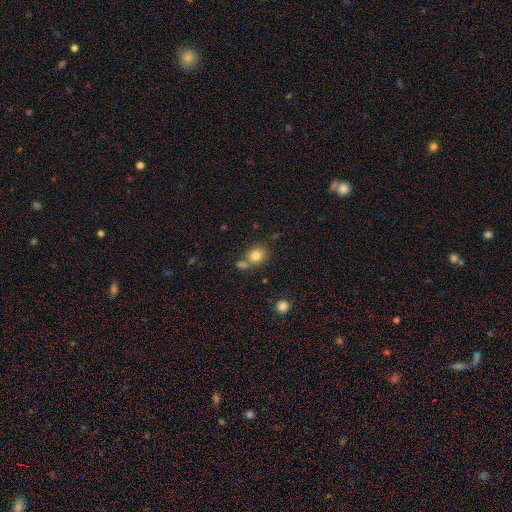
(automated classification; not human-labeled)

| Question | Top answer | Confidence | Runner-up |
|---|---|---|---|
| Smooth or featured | smooth | 81% | star or artifact (11%) |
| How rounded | round | 77% | in between (22%) |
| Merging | none | 64% | merger (22%) |